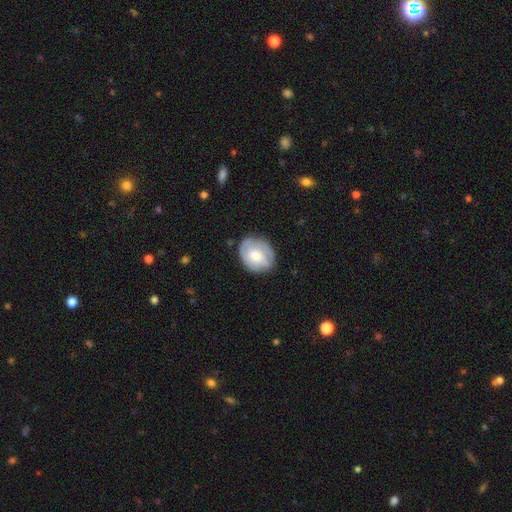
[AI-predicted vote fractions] smooth-or-featured: featured or disk: 48% | smooth: 46% | star or artifact: 6%
  merging: none: 72% | minor disturbance: 20% | major disturbance: 6% | merger: 1%